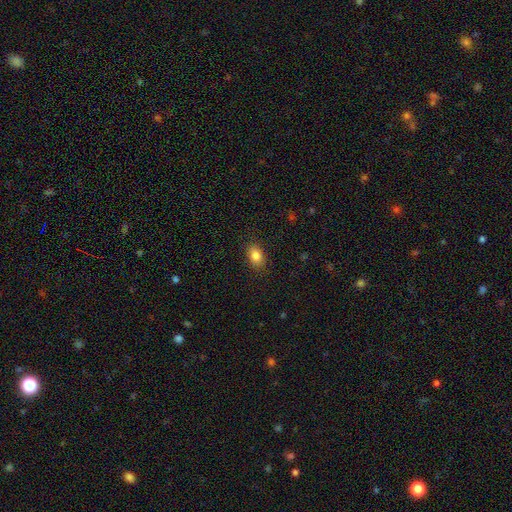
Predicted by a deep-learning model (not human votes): A smooth galaxy with no disk features (84%) that is in between round and cigar-shaped (80%). Merging: none (88%).